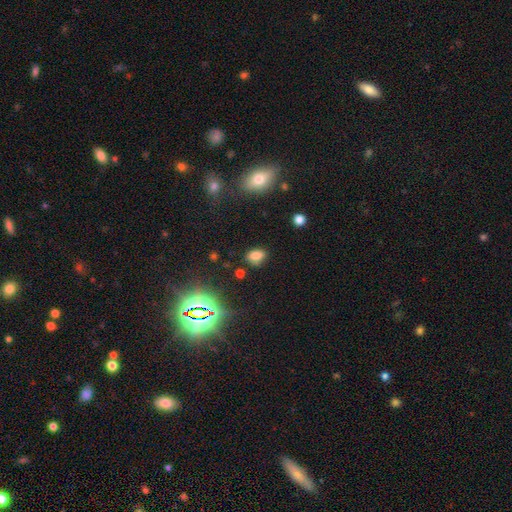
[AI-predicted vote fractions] This is likely a smooth galaxy (75%). How rounded: likely in between (79%). Merging: likely none (77%).